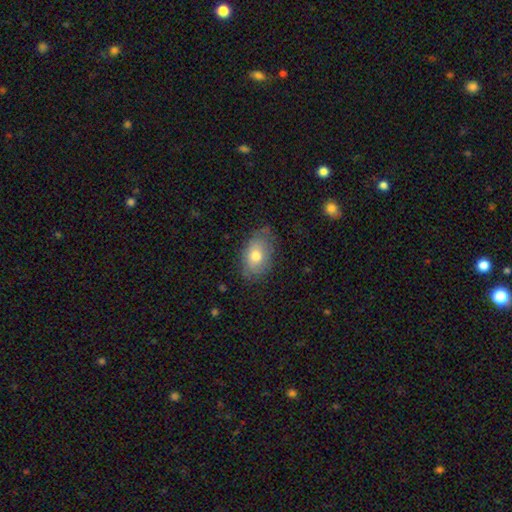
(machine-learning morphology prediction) A smooth galaxy with no disk features (68%) that is in between round and cigar-shaped (86%). Merging: none (67%).